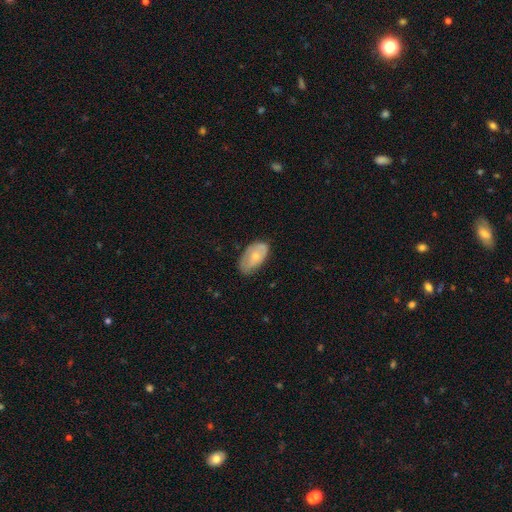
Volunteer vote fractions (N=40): Smooth or featured? 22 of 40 (55%) said smooth. How rounded? 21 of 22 (95%) said in between. Merging? 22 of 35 (63%) said none.